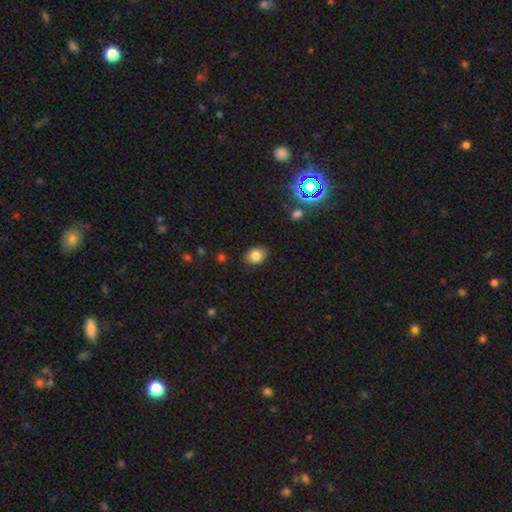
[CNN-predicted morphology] smooth 82%, star or artifact 11%, featured or disk 7%. Down the decision tree: how rounded — in between (55%); merging — none (88%).